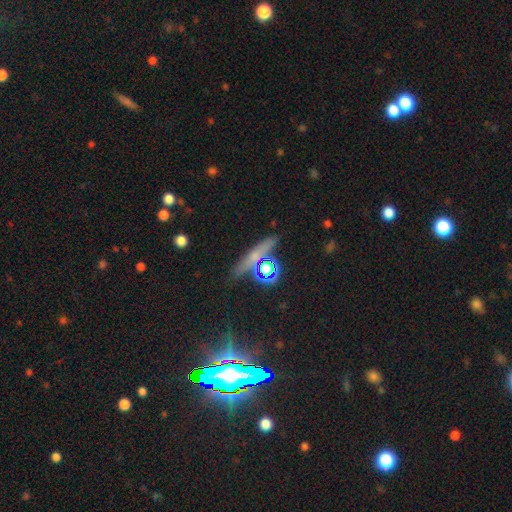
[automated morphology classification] type=smooth (39%); merging=none (78%).